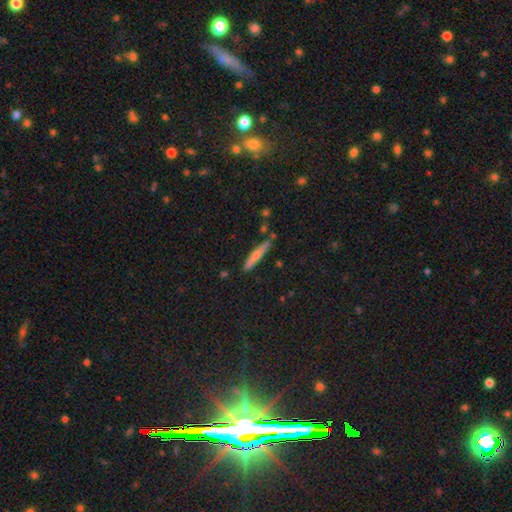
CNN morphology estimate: Smooth or featured: smooth — 64% (featured or disk — 30%)
How rounded: cigar-shaped — 92% (in between — 6%)
Merging: none — 82% (minor disturbance — 12%)